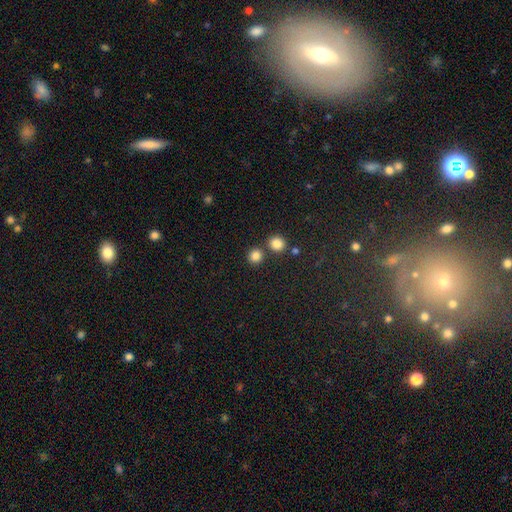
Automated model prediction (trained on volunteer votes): Smooth or featured: smooth — 83% (star or artifact — 12%)
How rounded: round — 89% (in between — 10%)
Merging: none — 76% (merger — 15%)